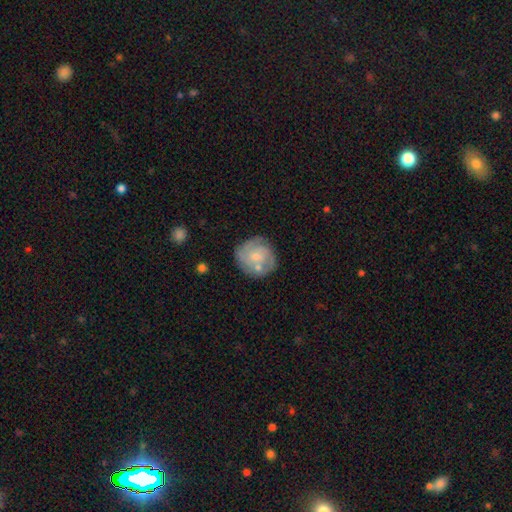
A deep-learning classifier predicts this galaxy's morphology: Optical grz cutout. It shows a featured or disk galaxy (62%) with no bar (72%), tight (59%) spiral arms (84%) and a small central bulge (58%). Merging: none (66%).